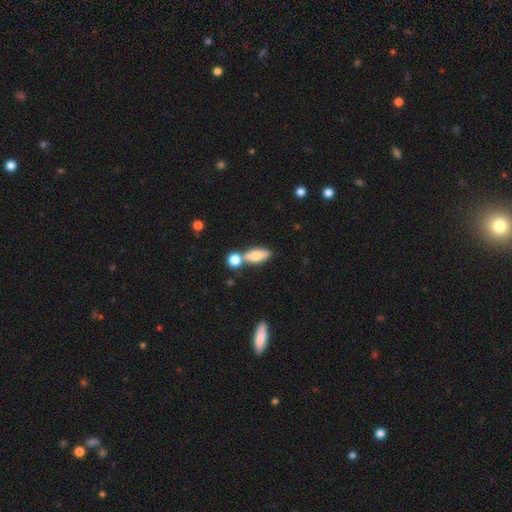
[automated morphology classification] A smooth galaxy with no disk features (74%) that is in between round and cigar-shaped (73%).

Vote fractions:
- Smooth or featured? smooth: 74% / featured or disk: 19% / star or artifact: 8%
- How rounded? in between: 73% / cigar-shaped: 21% / round: 6%
- Merging? none: 53% / merger: 32% / minor disturbance: 11% / major disturbance: 4%